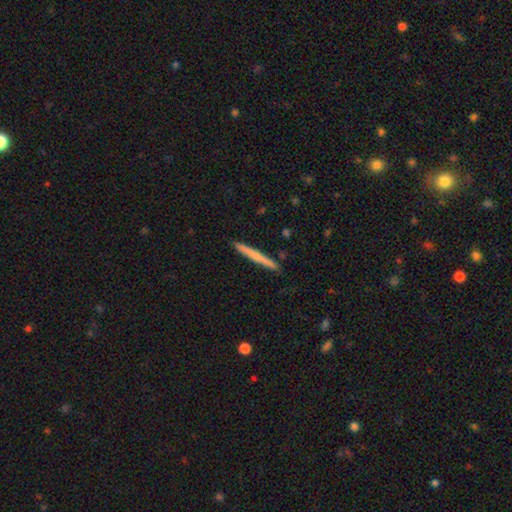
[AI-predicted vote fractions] This is possibly a smooth galaxy (58%). How rounded: clearly cigar-shaped (97%). Merging: clearly none (91%).